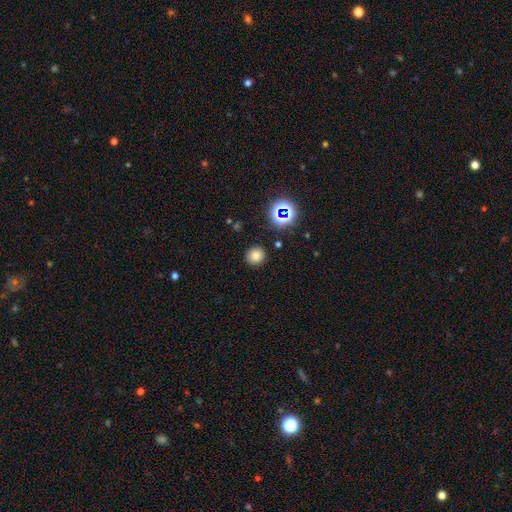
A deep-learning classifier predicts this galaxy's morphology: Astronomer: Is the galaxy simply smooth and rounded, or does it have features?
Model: smooth — 75%.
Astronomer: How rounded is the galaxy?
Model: round — 85%.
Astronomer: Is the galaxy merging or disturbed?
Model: none — 89%.